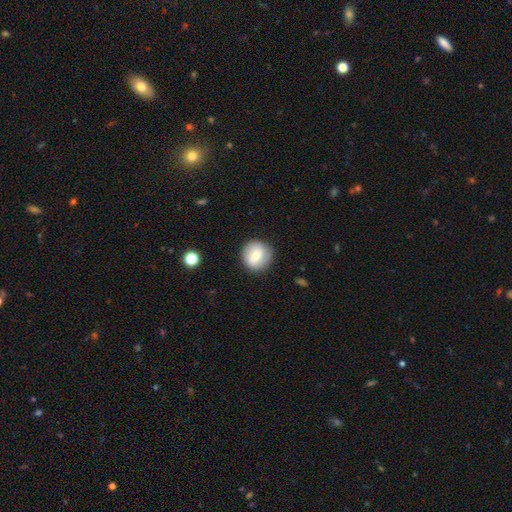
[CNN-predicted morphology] This is likely a smooth galaxy (68%). How rounded: clearly round (90%). Merging: clearly none (86%).